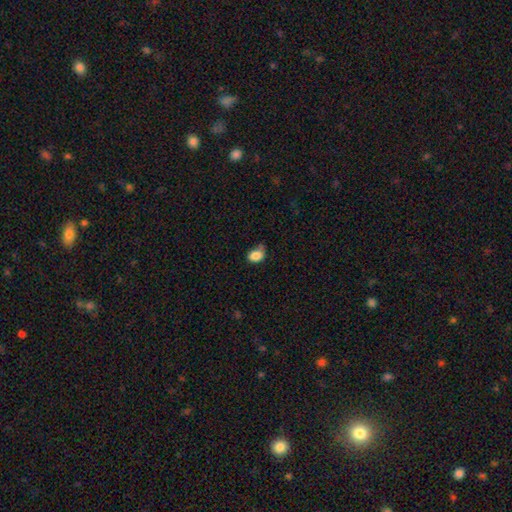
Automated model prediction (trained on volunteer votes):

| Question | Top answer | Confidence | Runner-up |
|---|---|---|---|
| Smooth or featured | smooth | 85% | star or artifact (9%) |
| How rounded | in between | 70% | round (28%) |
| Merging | none | 51% | minor disturbance (32%) |